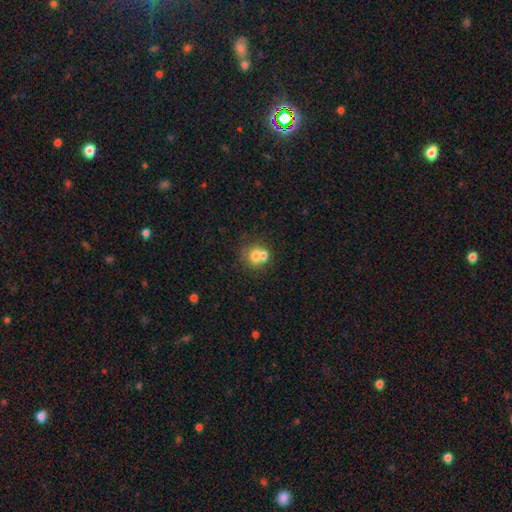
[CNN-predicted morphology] Smooth or featured? Predicted: smooth (p=0.67). How rounded? Predicted: round (p=0.78). Merging? Predicted: merger (p=0.53).